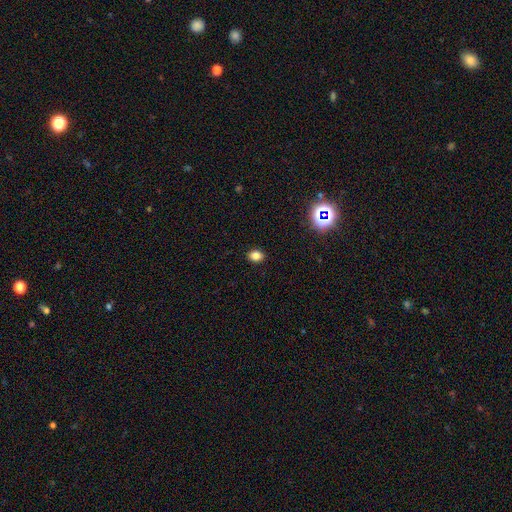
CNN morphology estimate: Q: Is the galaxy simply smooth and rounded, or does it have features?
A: smooth — 82%.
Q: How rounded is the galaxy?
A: in between — 61%.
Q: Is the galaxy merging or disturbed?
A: none — 90%.